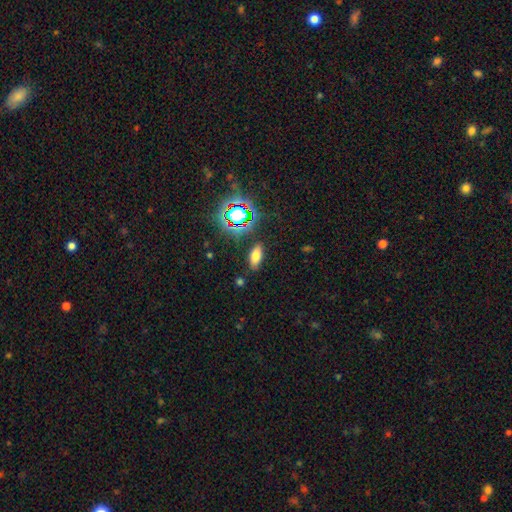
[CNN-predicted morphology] smooth_or_featured: smooth (p=0.70) [alt: star or artifact p=0.19]
how_rounded: in between (p=0.81) [alt: cigar-shaped p=0.14]
merging: none (p=0.85) [alt: minor disturbance p=0.10]